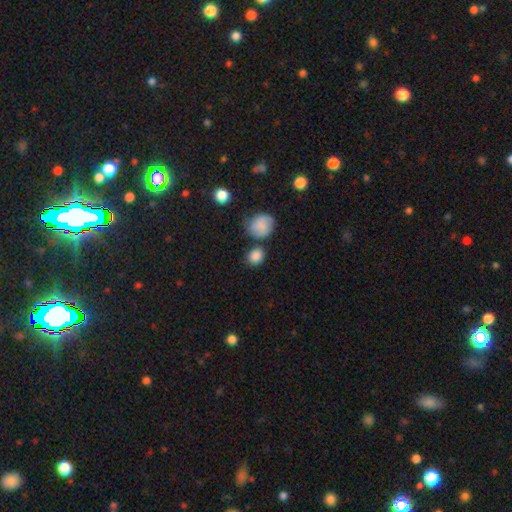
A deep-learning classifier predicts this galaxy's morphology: Smooth or featured? smooth (86%)
How rounded? round (68%)
Merging? none (69%)